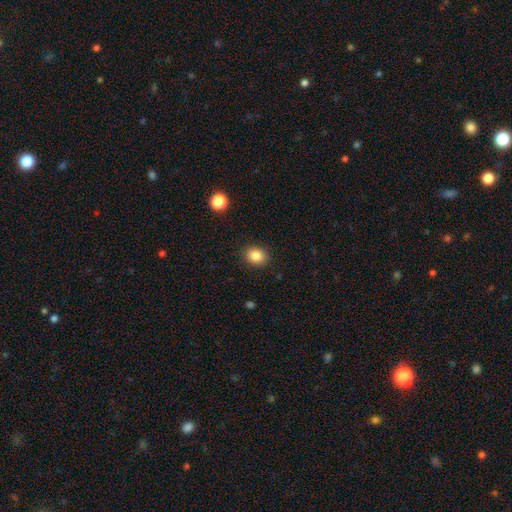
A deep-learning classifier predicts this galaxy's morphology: Overall: smooth (85%). How rounded: round (59%; in between 40%). Merging: none (89%).